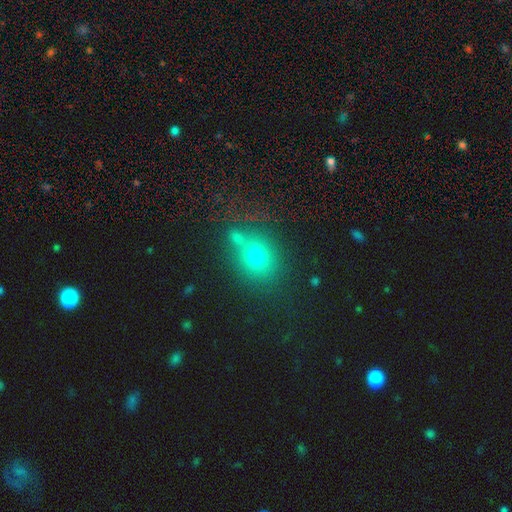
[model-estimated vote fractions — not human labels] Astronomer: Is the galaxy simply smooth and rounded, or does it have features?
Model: smooth — 69%.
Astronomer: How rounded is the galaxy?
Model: round — 59% (runner-up: in between, 39%).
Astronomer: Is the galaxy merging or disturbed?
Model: none — 61%.